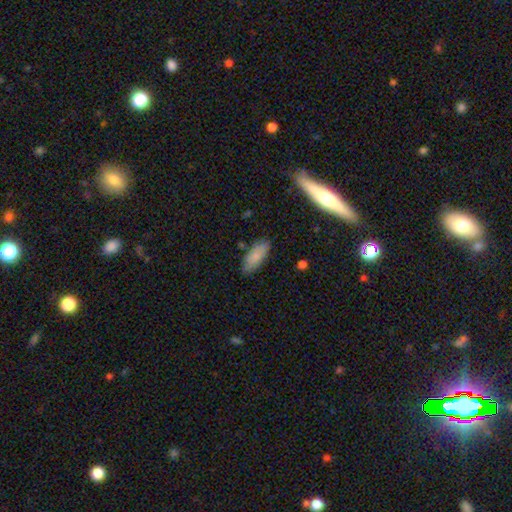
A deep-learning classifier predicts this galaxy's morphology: A smooth galaxy with no disk features (81%) that is in between round and cigar-shaped (77%).

Vote fractions:
- Smooth or featured? smooth: 81% / featured or disk: 12% / star or artifact: 7%
- How rounded? in between: 77% / cigar-shaped: 21% / round: 2%
- Merging? none: 79% / minor disturbance: 16% / major disturbance: 3% / merger: 2%